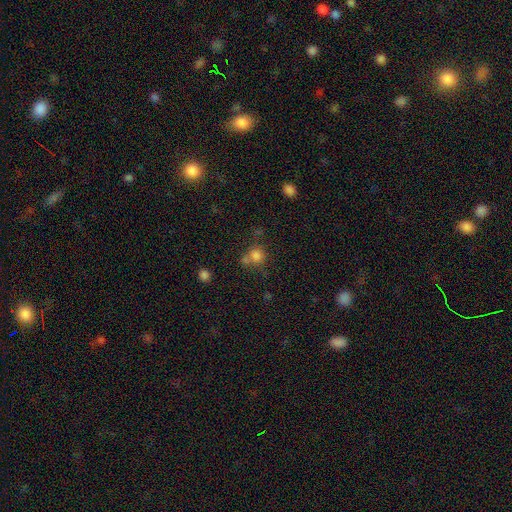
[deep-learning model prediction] Smooth or featured? Predicted: smooth (p=0.78). How rounded? Predicted: round (p=0.84). Merging? Predicted: none (p=0.51).